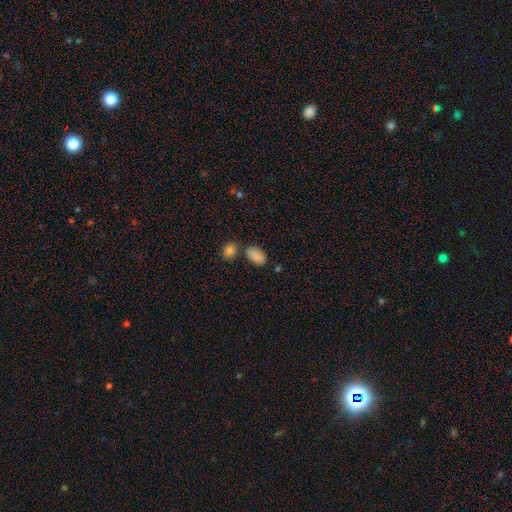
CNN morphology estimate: This appears to be a smooth galaxy with no disk features (86%) that is in between round and cigar-shaped (93%). Merging: none (67%).